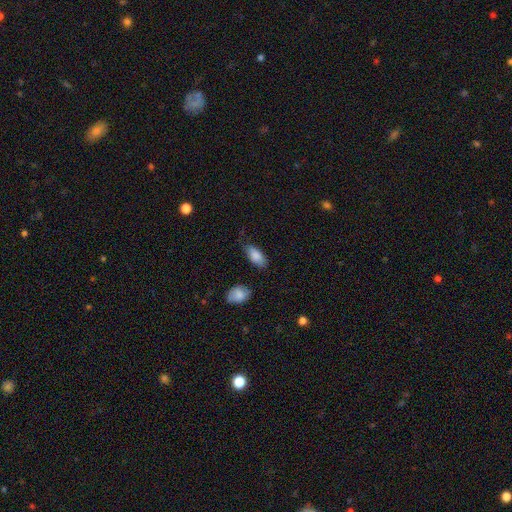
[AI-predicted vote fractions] A smooth galaxy with no disk features (86%) that is in between round and cigar-shaped (90%). Merging: none (69%).